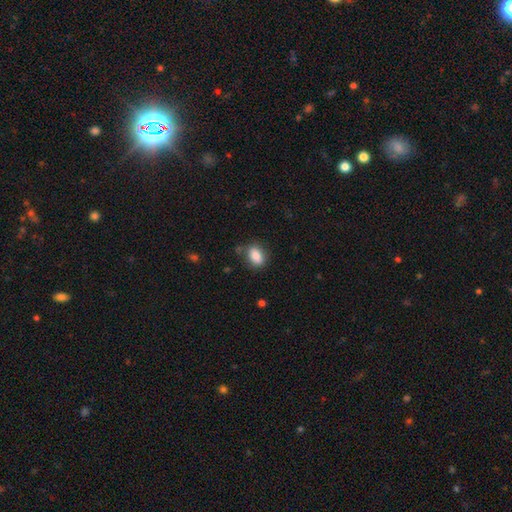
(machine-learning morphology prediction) smooth 84%, star or artifact 8%, featured or disk 8%. Down the decision tree: how rounded — in between (80%); merging — none (78%).